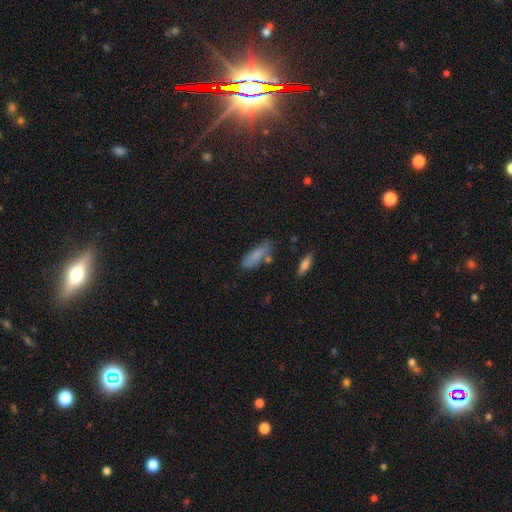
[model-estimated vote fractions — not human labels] Smooth or featured? Predicted: smooth (p=0.79). How rounded? Predicted: in between (p=0.57). Merging? Predicted: none (p=0.64).